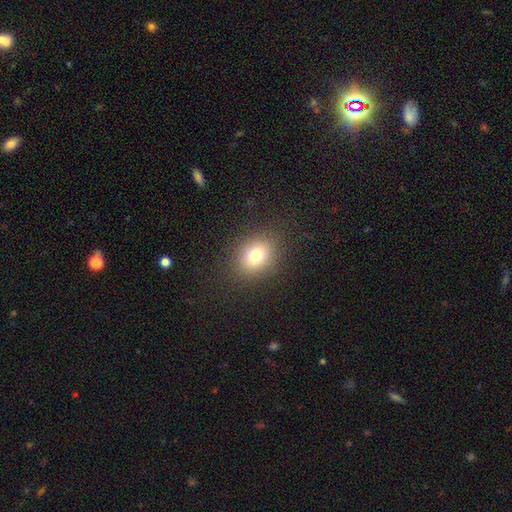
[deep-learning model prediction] This is likely a smooth galaxy (77%). How rounded: possibly in between (50%). Merging: clearly none (86%).